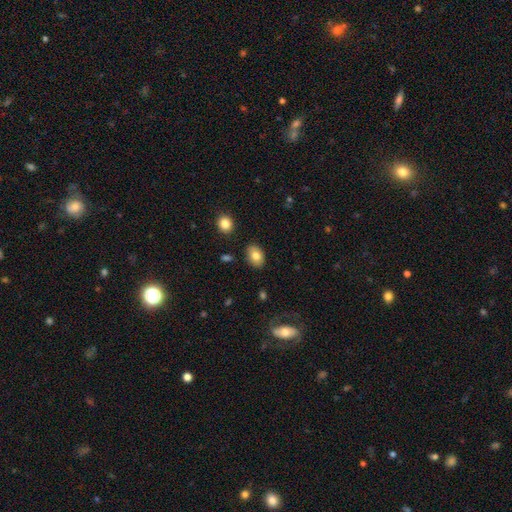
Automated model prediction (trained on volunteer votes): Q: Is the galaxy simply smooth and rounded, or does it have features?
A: smooth — 81%.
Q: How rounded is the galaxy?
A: in between — 82%.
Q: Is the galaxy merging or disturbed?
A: none — 85%.